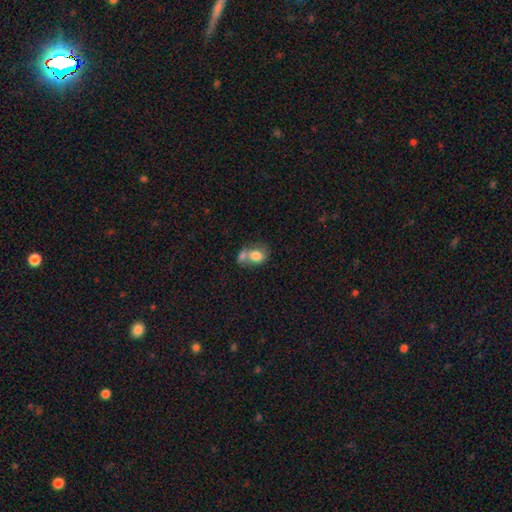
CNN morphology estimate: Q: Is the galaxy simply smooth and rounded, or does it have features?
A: smooth — 75%.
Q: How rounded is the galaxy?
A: in between — 53%.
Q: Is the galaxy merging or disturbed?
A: merger — 62%.